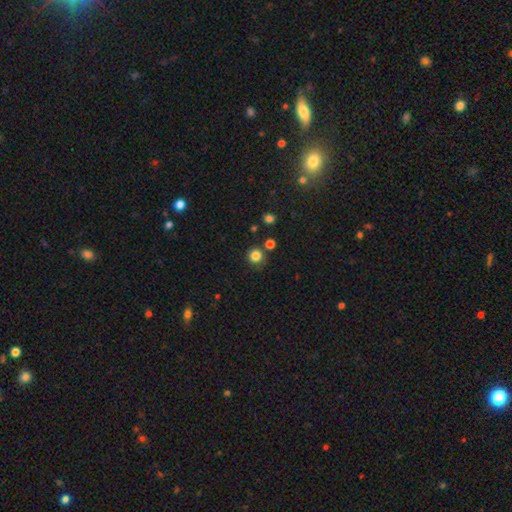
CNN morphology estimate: smooth_or_featured: smooth (p=0.83) [alt: star or artifact p=0.13]
how_rounded: round (p=0.94) [alt: in between p=0.05]
merging: none (p=0.82) [alt: minor disturbance p=0.09]